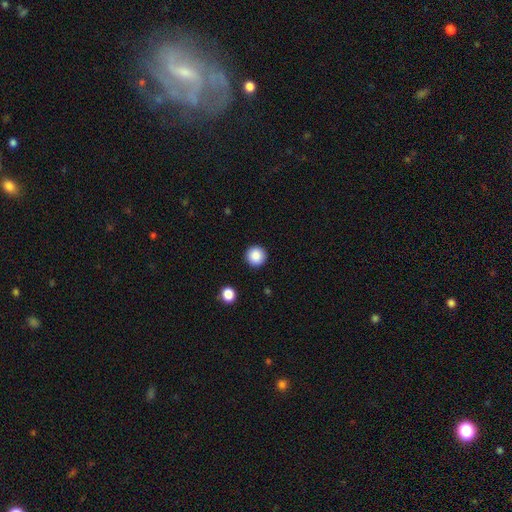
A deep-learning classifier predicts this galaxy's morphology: type=smooth (88%); roundness=round (96%); merging=none (92%).